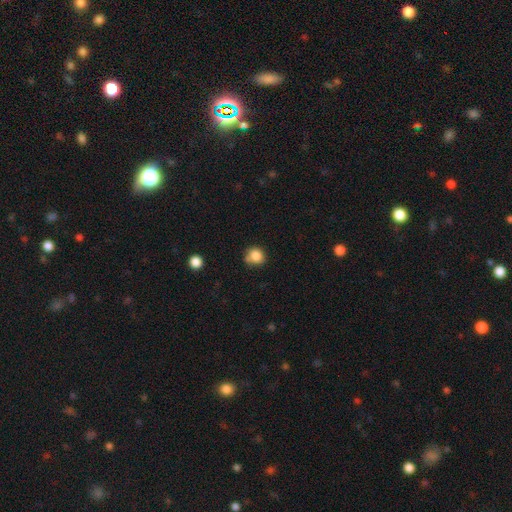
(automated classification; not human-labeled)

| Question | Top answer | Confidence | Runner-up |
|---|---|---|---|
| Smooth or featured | smooth | 83% | star or artifact (11%) |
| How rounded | round | 79% | in between (20%) |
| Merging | none | 63% | minor disturbance (21%) |